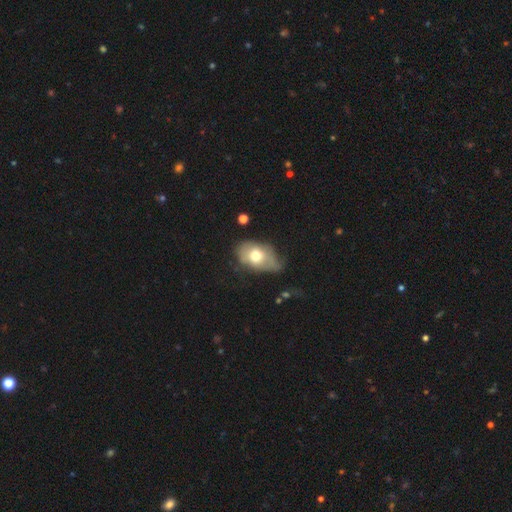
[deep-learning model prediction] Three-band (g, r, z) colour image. It shows a smooth galaxy with no disk features (63%) that is in between round and cigar-shaped (84%). Merging: minor disturbance (39%).